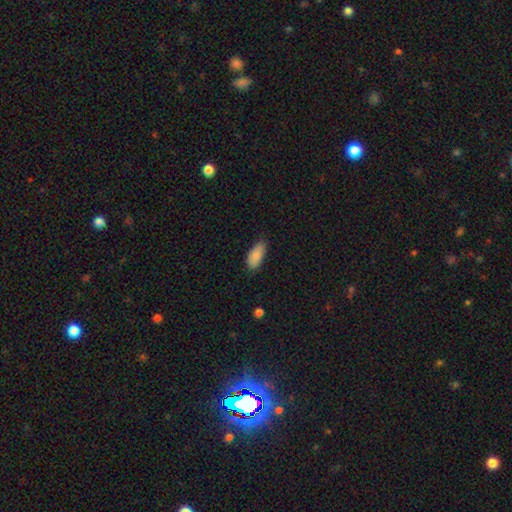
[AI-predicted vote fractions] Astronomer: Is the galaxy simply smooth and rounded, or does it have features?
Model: smooth — 85%.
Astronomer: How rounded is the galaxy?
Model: in between — 91%.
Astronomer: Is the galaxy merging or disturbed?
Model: none — 74%.